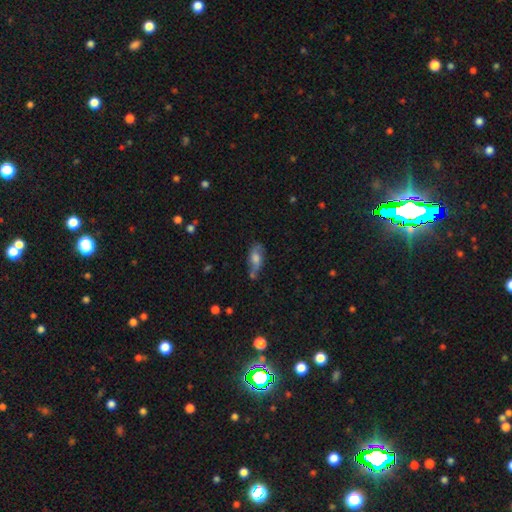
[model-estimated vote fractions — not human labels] This appears to be a featured or disk galaxy (44%). Merging: none (60%).